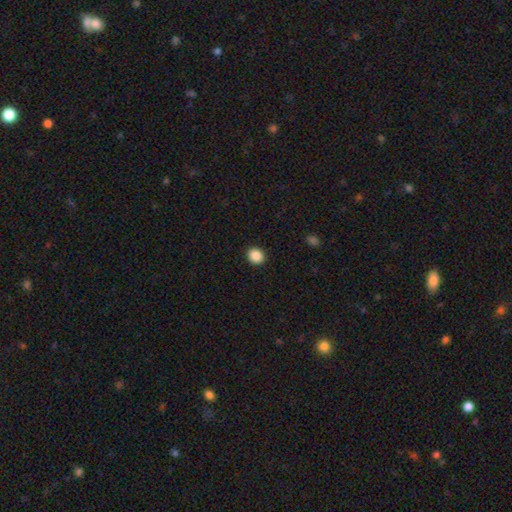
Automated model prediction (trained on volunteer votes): Smooth or featured? Predicted: smooth (p=0.88). How rounded? Predicted: round (p=0.73). Merging? Predicted: none (p=0.92).